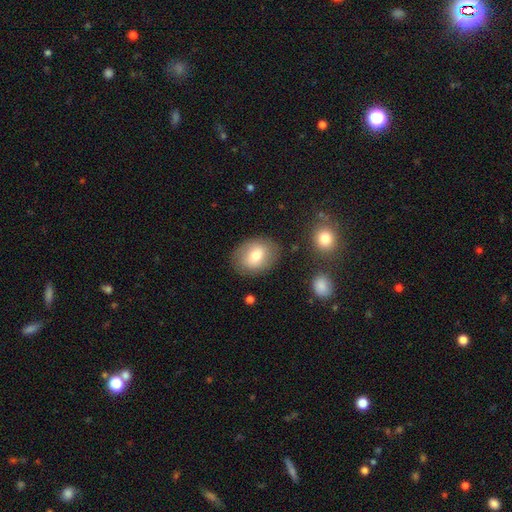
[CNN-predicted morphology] Smooth or featured: smooth — 73% (featured or disk — 18%)
How rounded: in between — 64% (round — 35%)
Merging: none — 81% (minor disturbance — 13%)